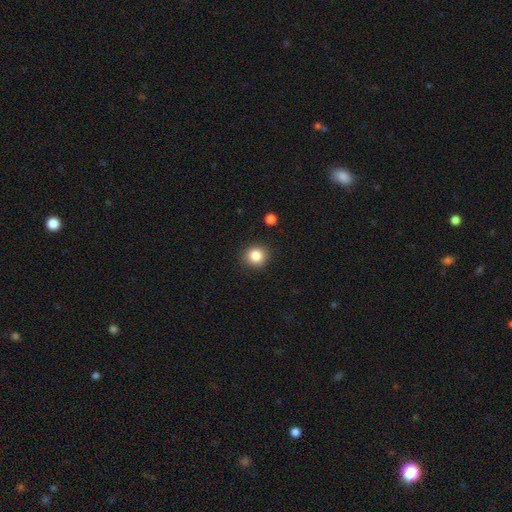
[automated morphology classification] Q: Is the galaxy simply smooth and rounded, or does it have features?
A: smooth — 84%.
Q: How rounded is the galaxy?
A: round — 88%.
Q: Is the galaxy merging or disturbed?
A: none — 90%.